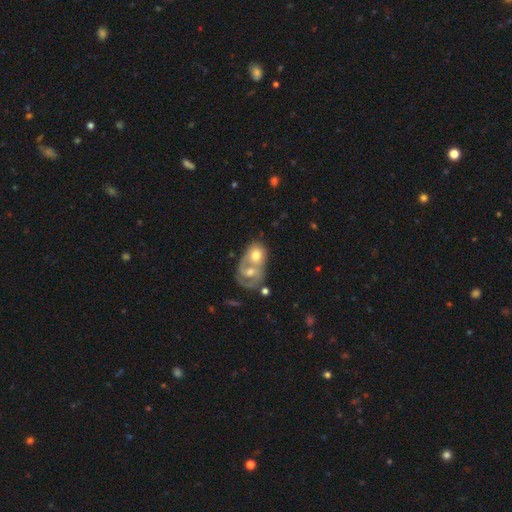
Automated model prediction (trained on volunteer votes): Overall: smooth (48%; featured or disk 45%). Merging: merger (76%).